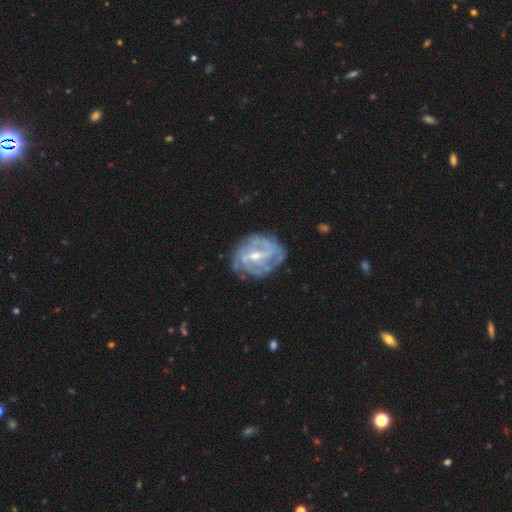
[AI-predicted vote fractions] Morphology: type=featured or disk (85%); edge-on=no (97%); bar=weak (49%); spiral arms=yes (91%); winding=tight (51%); arm count=can't tell (32%); bulge=small (50%); merging=none (72%).